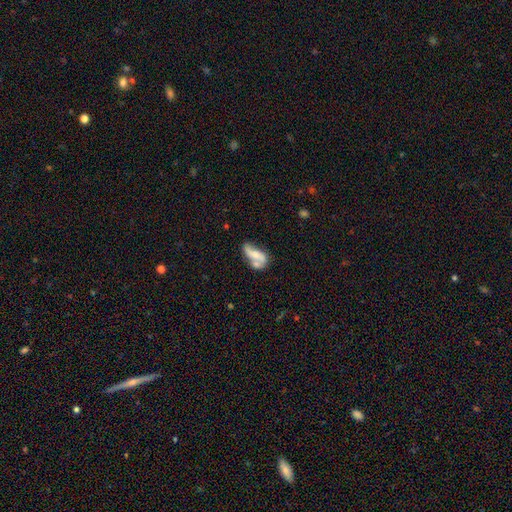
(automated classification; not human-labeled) This is possibly a featured or disk galaxy (57%). It is clearly not viewed edge-on (92%). Bar: possibly no (60%). Spiral arm pattern: likely yes (70%). Central bulge: marginally moderate (43%). Merging: marginally merger (35%).